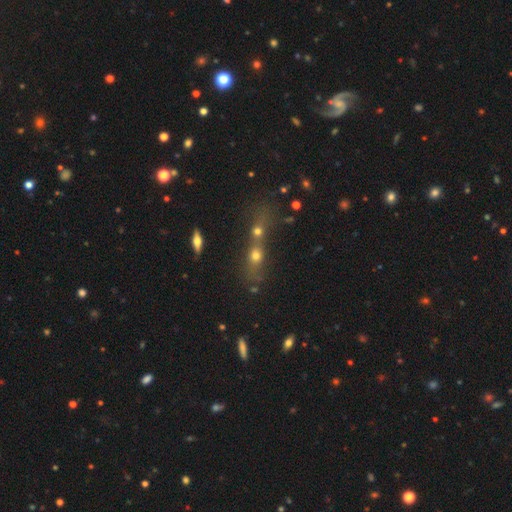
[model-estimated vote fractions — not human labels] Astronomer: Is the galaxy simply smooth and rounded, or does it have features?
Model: smooth — 58%.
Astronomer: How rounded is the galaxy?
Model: round — 42% (runner-up: in between, 41%).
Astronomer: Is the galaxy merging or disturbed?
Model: merger — 64%.